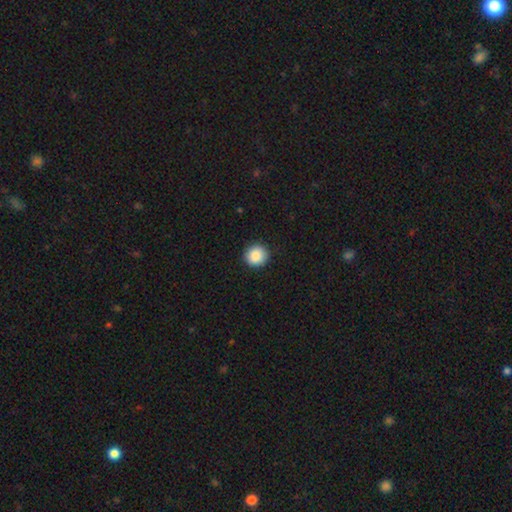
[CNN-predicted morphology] A smooth galaxy with no disk features (87%) that is round (93%). Merging: none (91%).